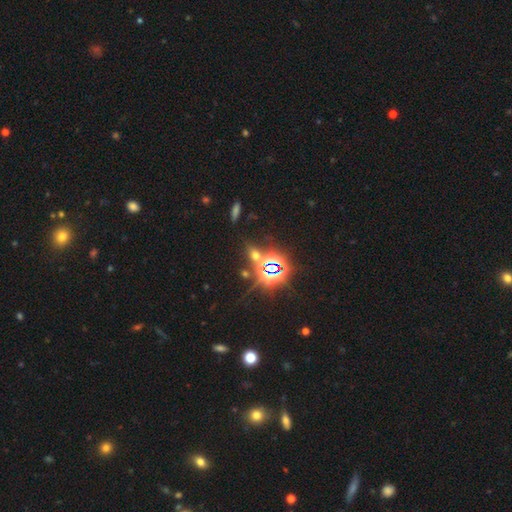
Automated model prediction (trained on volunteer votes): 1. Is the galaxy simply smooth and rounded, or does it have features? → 66% star or artifact, 25% smooth, 9% featured or disk.